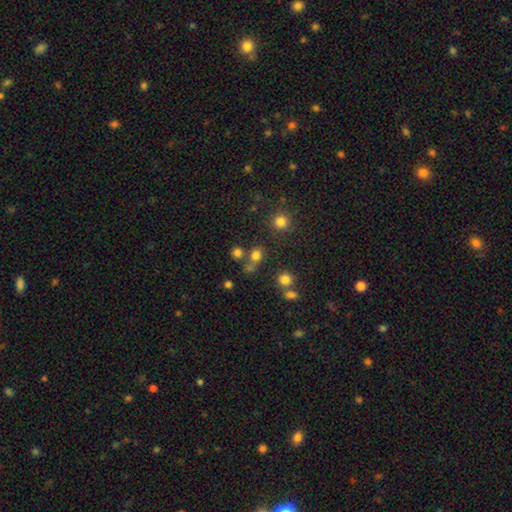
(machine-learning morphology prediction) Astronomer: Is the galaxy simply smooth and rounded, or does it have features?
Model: smooth — 73%.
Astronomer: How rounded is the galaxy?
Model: round — 81%.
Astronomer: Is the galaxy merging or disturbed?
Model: none — 62%.